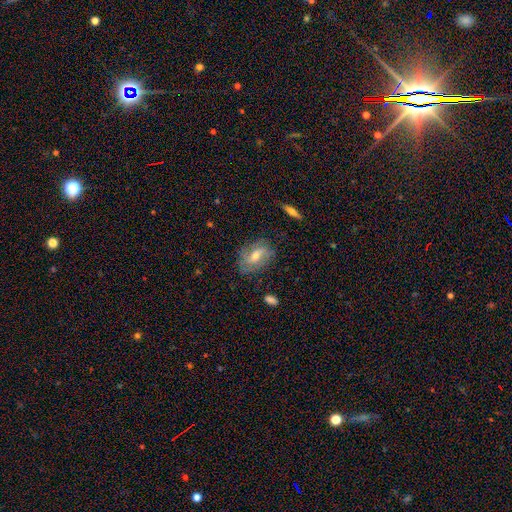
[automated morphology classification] Smooth or featured? featured or disk (63%)
Edge-on disk? no (93%)
Bar? weak (46%)
Spiral arms? yes (82%)
Bulge size? moderate (60%)
Merging? none (73%)